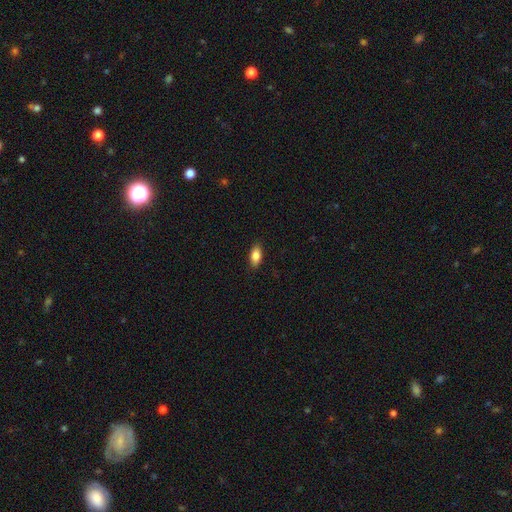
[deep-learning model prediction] This is clearly a smooth galaxy (83%). How rounded: clearly in between (88%). Merging: clearly none (88%).